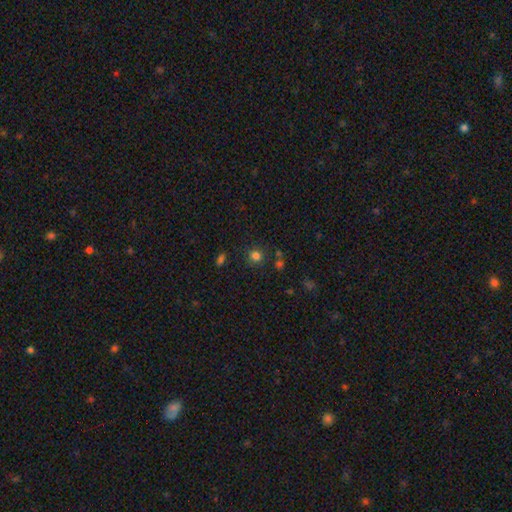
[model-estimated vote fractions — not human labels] Smooth or featured: smooth — 79% (star or artifact — 16%)
How rounded: round — 88% (in between — 11%)
Merging: none — 83% (minor disturbance — 9%)